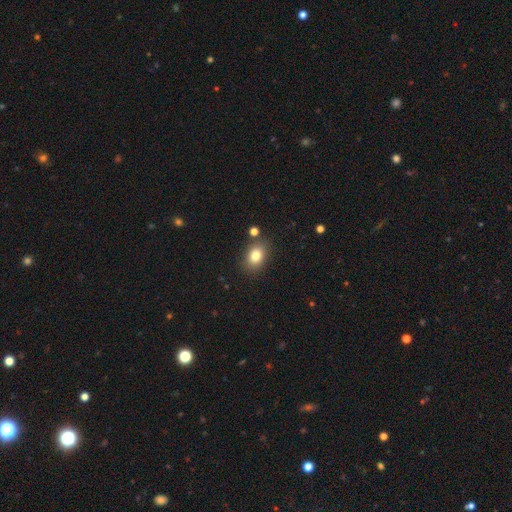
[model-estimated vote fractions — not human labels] Overall: smooth (81%). How rounded: in between (67%; round 32%). Merging: none (80%).